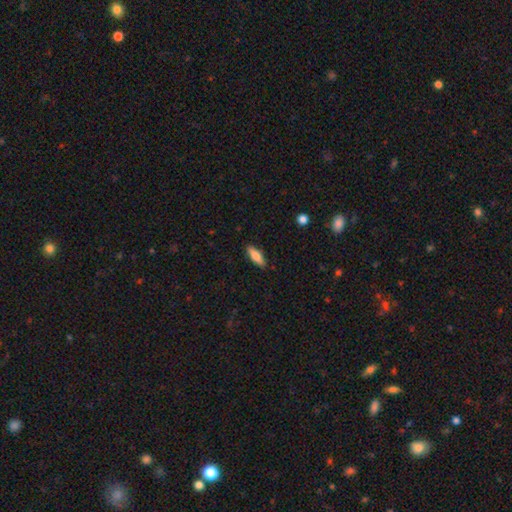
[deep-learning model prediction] Overall: smooth (79%). How rounded: in between (54%; cigar-shaped 44%). Merging: none (88%).